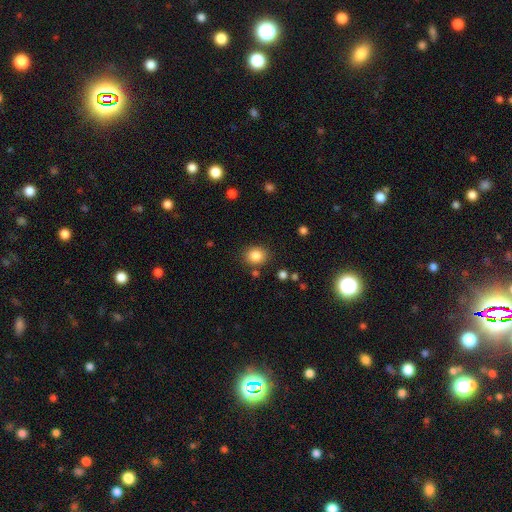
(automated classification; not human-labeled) smooth-or-featured: smooth: 85% | star or artifact: 10% | featured or disk: 5%
  how-rounded: round: 65% | in between: 34% | cigar-shaped: 1%
  merging: none: 84% | minor disturbance: 9% | merger: 4% | major disturbance: 3%